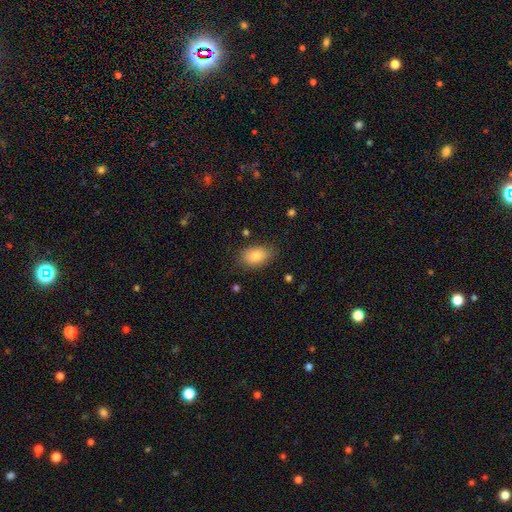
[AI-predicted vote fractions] smooth-or-featured: smooth: 83% | featured or disk: 9% | star or artifact: 8%
  how-rounded: in between: 89% | round: 9% | cigar-shaped: 2%
  merging: none: 77% | minor disturbance: 18% | major disturbance: 4% | merger: 1%